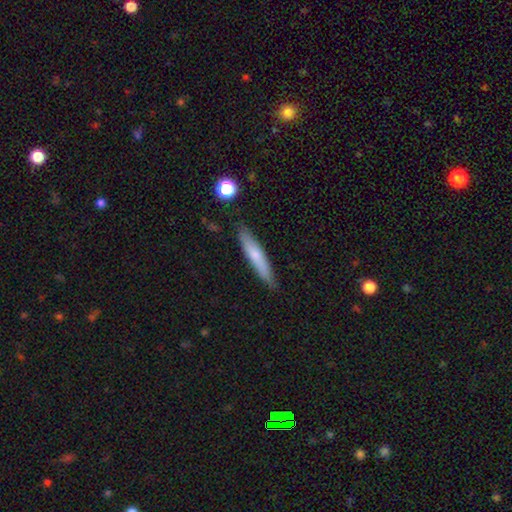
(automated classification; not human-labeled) smooth-or-featured: smooth: 65% | featured or disk: 29% | star or artifact: 6%
  how-rounded: cigar-shaped: 90% | in between: 9% | round: 1%
  merging: none: 86% | minor disturbance: 11% | major disturbance: 2% | merger: 2%